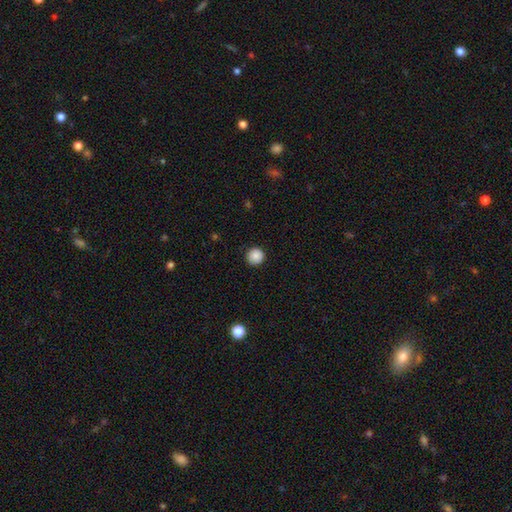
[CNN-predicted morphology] Smooth or featured? Predicted: smooth (p=0.88). How rounded? Predicted: round (p=0.95). Merging? Predicted: none (p=0.92).